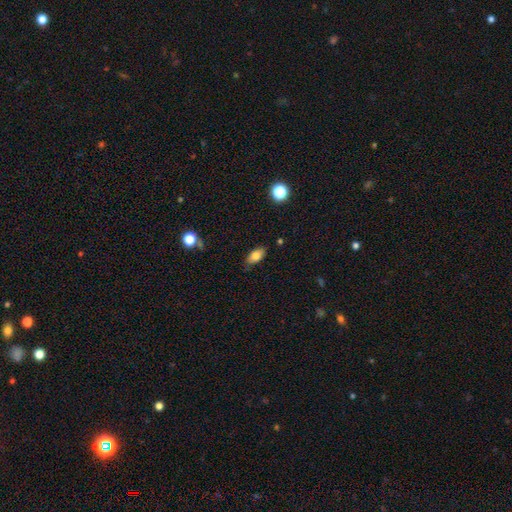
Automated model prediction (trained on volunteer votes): smooth-or-featured: smooth: 79% | featured or disk: 12% | star or artifact: 8%
  how-rounded: in between: 89% | cigar-shaped: 6% | round: 5%
  merging: none: 76% | minor disturbance: 18% | major disturbance: 3% | merger: 2%